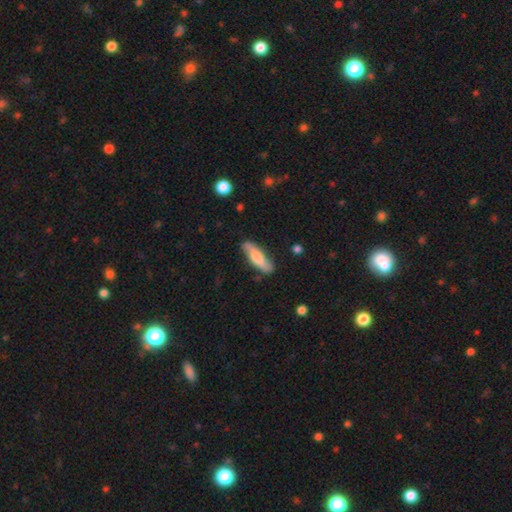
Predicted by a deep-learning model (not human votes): smooth-or-featured: smooth: 48% | featured or disk: 46% | star or artifact: 6%
  merging: none: 79% | minor disturbance: 16% | major disturbance: 3% | merger: 2%